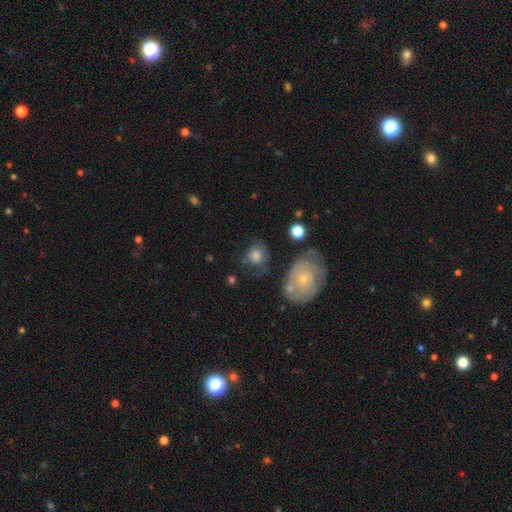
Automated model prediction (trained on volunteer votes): This appears to be a smooth galaxy with no disk features (65%) that is round (71%). Merging: none (54%).